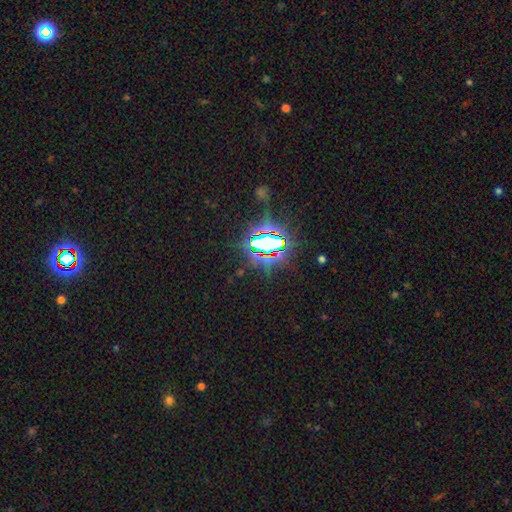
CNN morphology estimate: smooth_or_featured: star or artifact (p=0.82) [alt: smooth p=0.10]